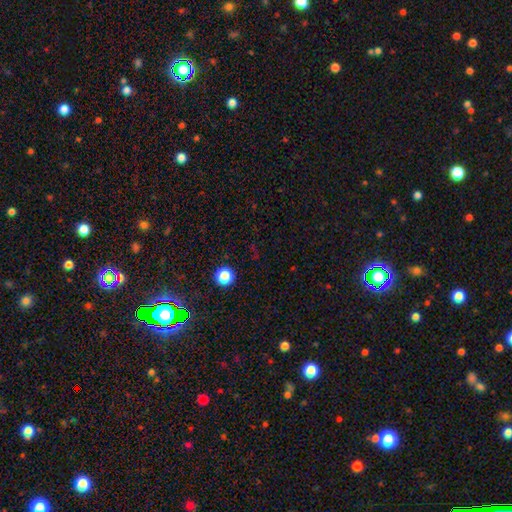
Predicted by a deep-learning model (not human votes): Smooth or featured: star or artifact — 58% (smooth — 36%)